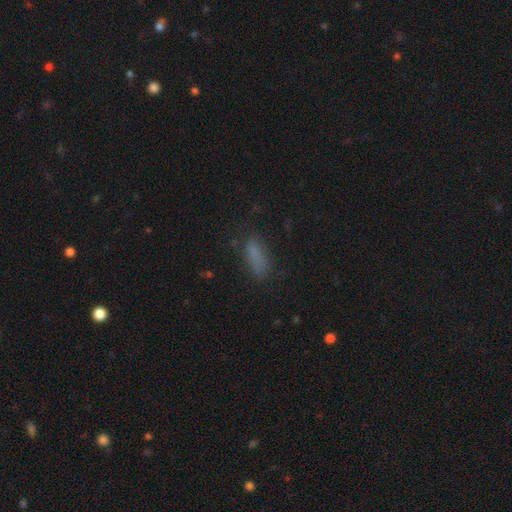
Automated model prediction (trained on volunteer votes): smooth 78%, star or artifact 13%, featured or disk 9%. Down the decision tree: how rounded — in between (63%); merging — none (69%).